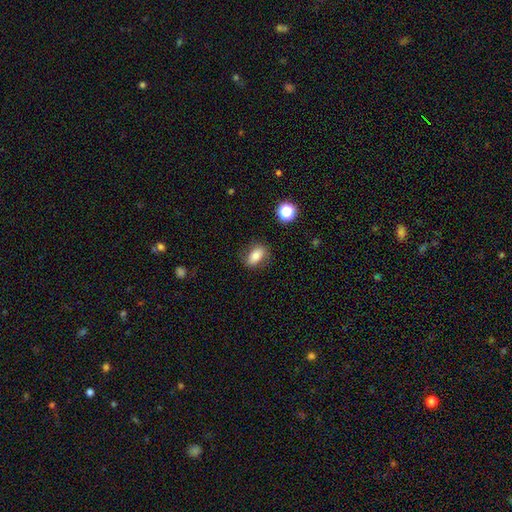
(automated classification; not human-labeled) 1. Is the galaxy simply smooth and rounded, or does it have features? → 77% smooth, 13% featured or disk, 10% star or artifact.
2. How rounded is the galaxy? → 82% in between, 12% round, 6% cigar-shaped.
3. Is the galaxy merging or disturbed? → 82% none, 13% minor disturbance, 4% major disturbance, 2% merger.